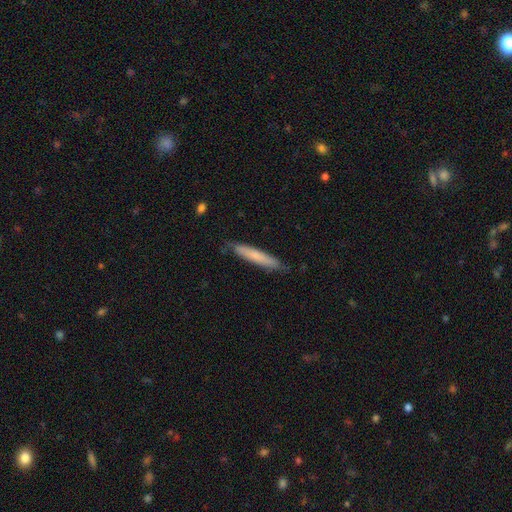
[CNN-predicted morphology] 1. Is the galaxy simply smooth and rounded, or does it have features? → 68% smooth, 26% featured or disk, 6% star or artifact.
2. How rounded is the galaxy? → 93% cigar-shaped, 6% in between, 1% round.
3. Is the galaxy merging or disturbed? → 80% none, 16% minor disturbance, 2% major disturbance, 1% merger.